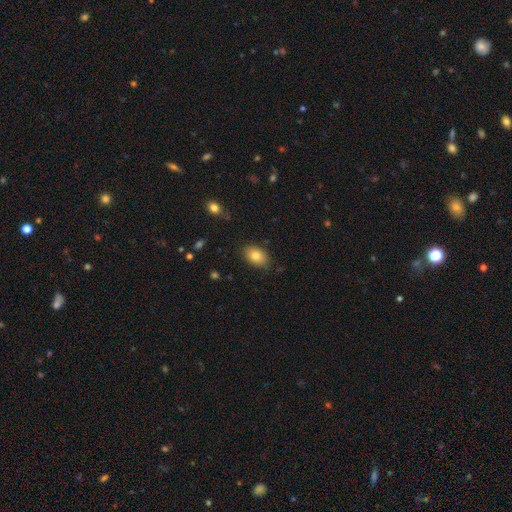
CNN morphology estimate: A smooth galaxy with no disk features (81%) that is in between round and cigar-shaped (84%).

Vote fractions:
- Smooth or featured? smooth: 81% / featured or disk: 11% / star or artifact: 9%
- How rounded? in between: 84% / round: 14% / cigar-shaped: 1%
- Merging? none: 82% / minor disturbance: 14% / major disturbance: 3% / merger: 1%